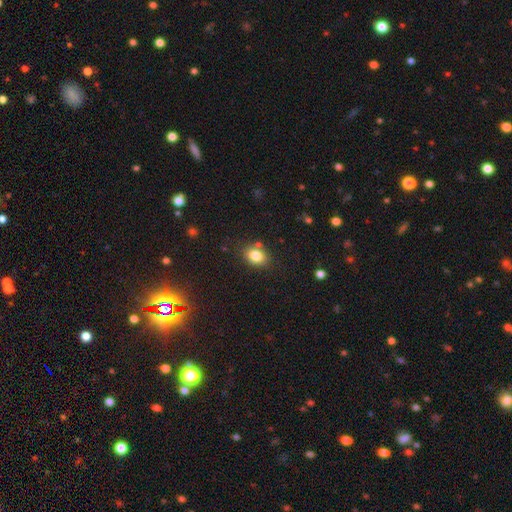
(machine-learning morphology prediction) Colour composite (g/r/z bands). It shows a smooth galaxy with no disk features (82%) that is in between round and cigar-shaped (64%). Merging: none (79%).